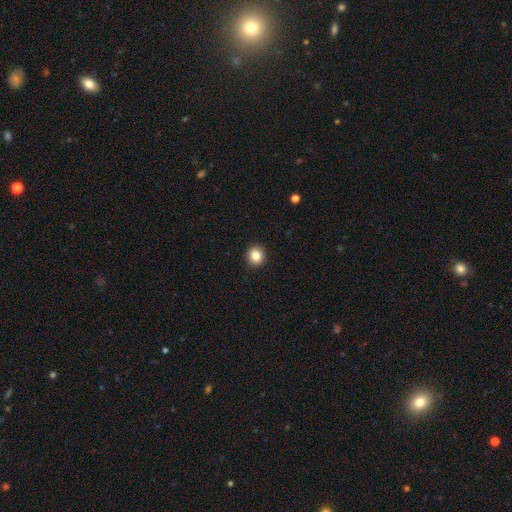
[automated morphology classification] smooth_or_featured: smooth (p=0.84) [alt: star or artifact p=0.10]
how_rounded: round (p=0.88) [alt: in between p=0.11]
merging: none (p=0.93) [alt: minor disturbance p=0.05]